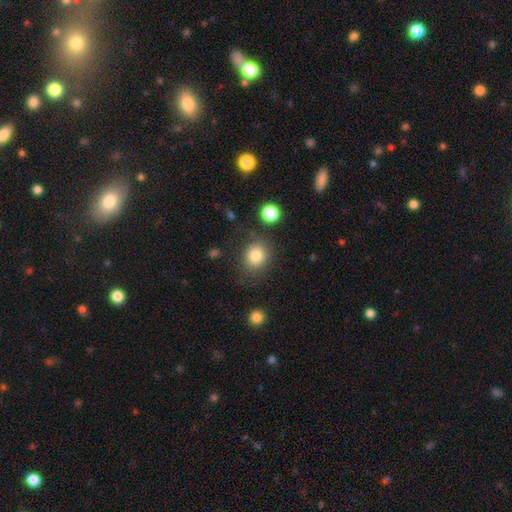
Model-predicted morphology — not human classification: A smooth galaxy with no disk features (82%) that is round (75%).

Vote fractions:
- Smooth or featured? smooth: 82% / star or artifact: 10% / featured or disk: 8%
- How rounded? round: 75% / in between: 24% / cigar-shaped: 1%
- Merging? none: 78% / minor disturbance: 13% / major disturbance: 5% / merger: 4%